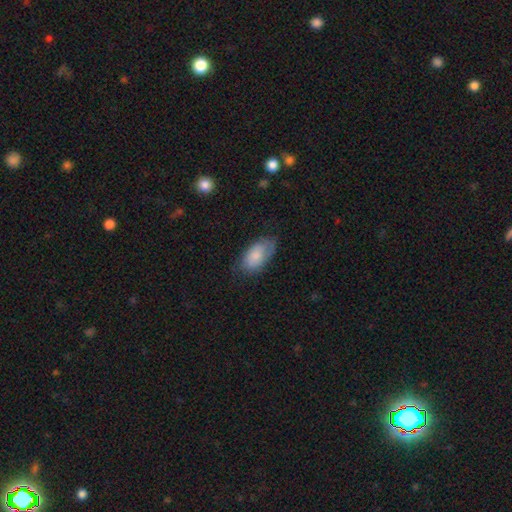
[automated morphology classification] smooth 77%, featured or disk 16%, star or artifact 6%. Down the decision tree: how rounded — in between (94%); merging — none (63%).